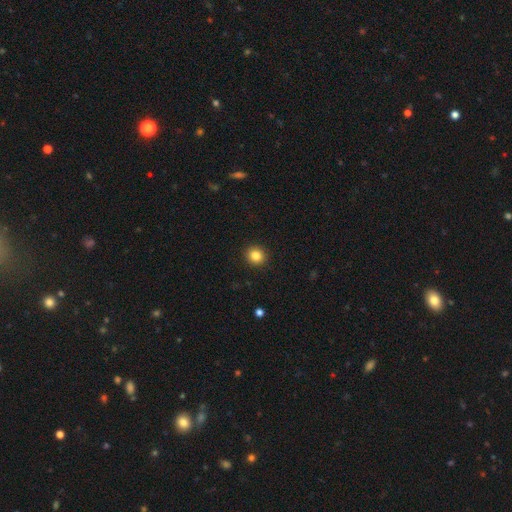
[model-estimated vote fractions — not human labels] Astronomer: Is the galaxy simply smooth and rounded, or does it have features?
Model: smooth — 84%.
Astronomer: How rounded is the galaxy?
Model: round — 88%.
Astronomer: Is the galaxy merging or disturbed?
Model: none — 93%.